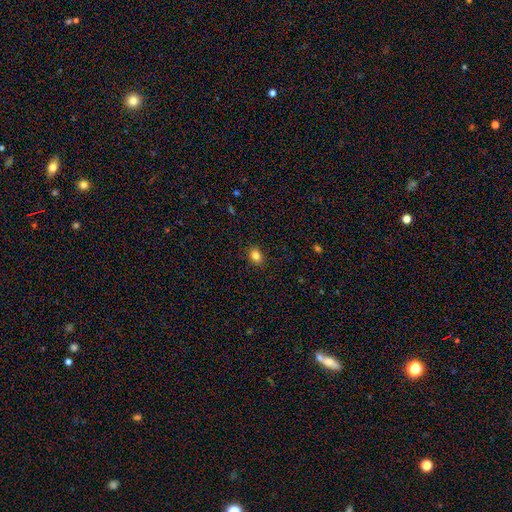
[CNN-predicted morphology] This appears to be a smooth galaxy with no disk features (83%) that is in between round and cigar-shaped (55%). Merging: none (89%).